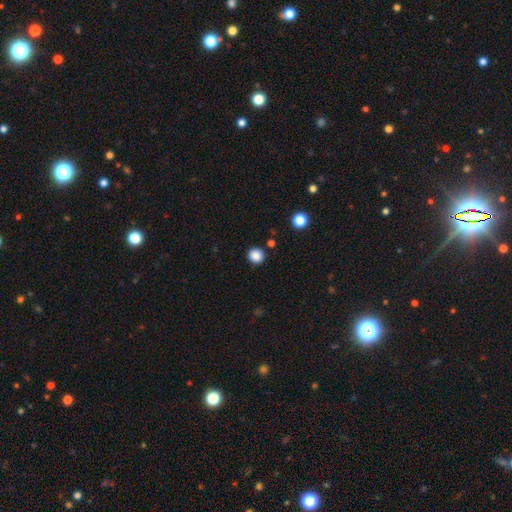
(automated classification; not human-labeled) Morphology: type=smooth (87%); roundness=round (91%); merging=none (90%).